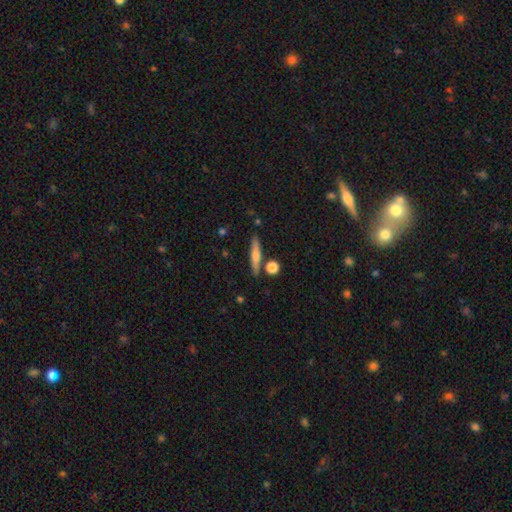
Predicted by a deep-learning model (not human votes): This appears to be a smooth galaxy with no disk features (55%) that is cigar-shaped (86%). Merging: none (82%).